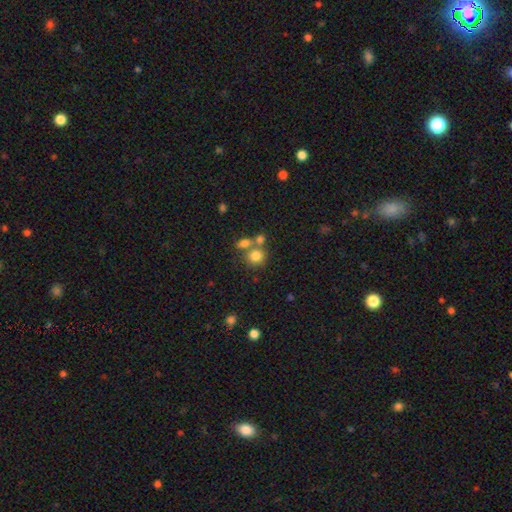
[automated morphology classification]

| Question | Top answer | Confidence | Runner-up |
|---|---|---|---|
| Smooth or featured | smooth | 78% | star or artifact (13%) |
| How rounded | round | 81% | in between (18%) |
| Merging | none | 52% | merger (34%) |